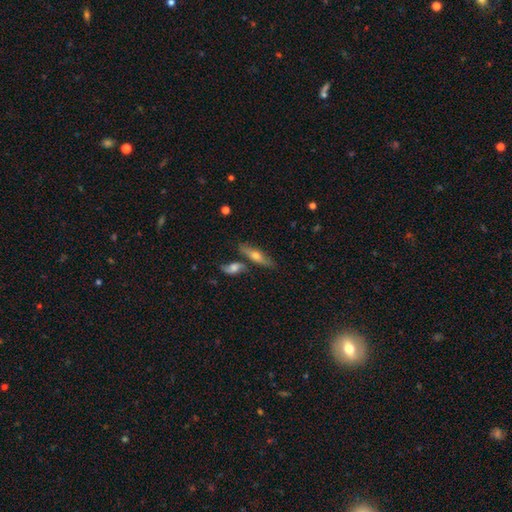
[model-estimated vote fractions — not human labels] smooth_or_featured: featured or disk (p=0.50) [alt: smooth p=0.43]
merging: none (p=0.65) [alt: merger p=0.17]